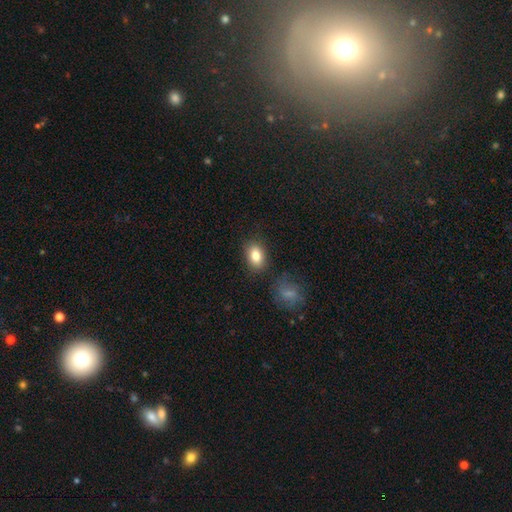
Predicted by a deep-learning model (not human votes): Smooth or featured?
  - smooth: 83% *
  - featured or disk: 9%
  - star or artifact: 8%
How rounded?
  - in between: 83% *
  - round: 15%
  - cigar-shaped: 2%
Merging?
  - none: 82% *
  - minor disturbance: 11%
  - merger: 4%
  - major disturbance: 3%